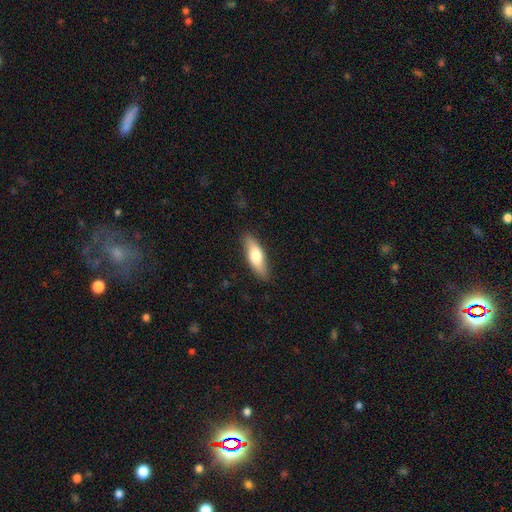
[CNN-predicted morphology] smooth 68%, featured or disk 27%, star or artifact 5%. Down the decision tree: how rounded — in between (50%); merging — none (84%).